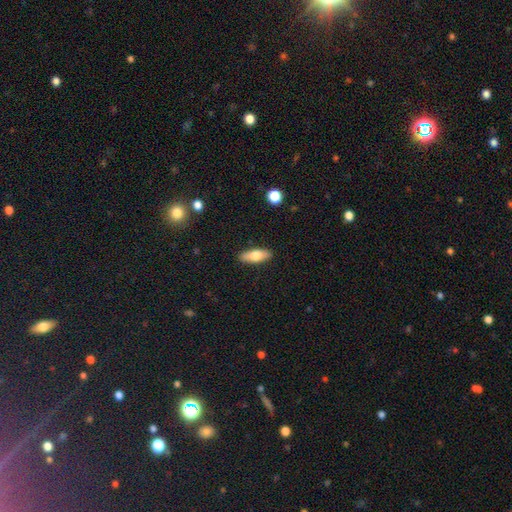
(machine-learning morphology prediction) Smooth or featured? Predicted: smooth (p=0.69). How rounded? Predicted: in between (p=0.70). Merging? Predicted: none (p=0.88).